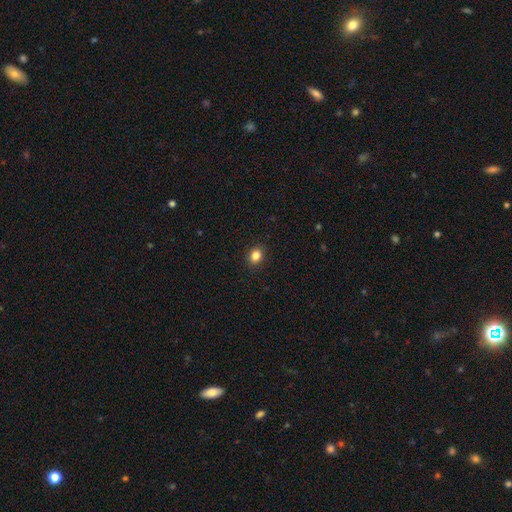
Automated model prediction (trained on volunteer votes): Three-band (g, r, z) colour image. It shows a smooth galaxy with no disk features (85%) that is in between round and cigar-shaped (50%). Merging: none (90%).